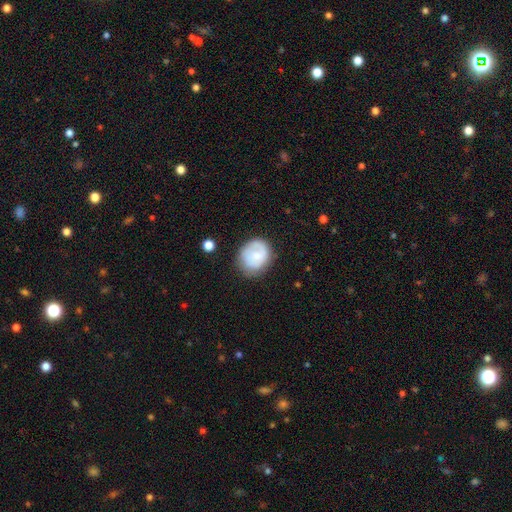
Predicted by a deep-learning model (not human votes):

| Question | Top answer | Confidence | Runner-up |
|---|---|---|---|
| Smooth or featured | smooth | 57% | featured or disk (36%) |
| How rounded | round | 71% | in between (29%) |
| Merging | none | 67% | minor disturbance (22%) |